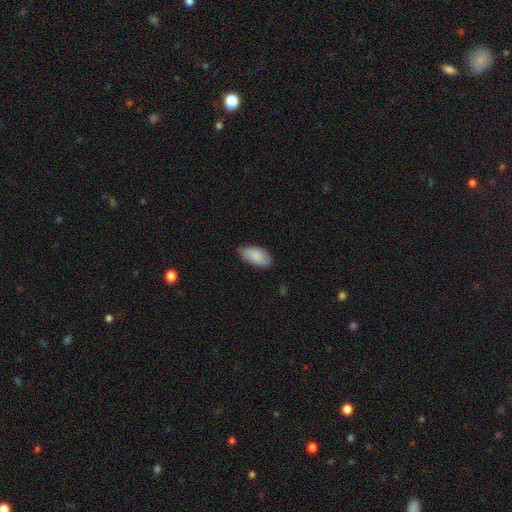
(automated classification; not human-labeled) This is clearly a smooth galaxy (86%). How rounded: clearly in between (94%). Merging: likely none (69%).